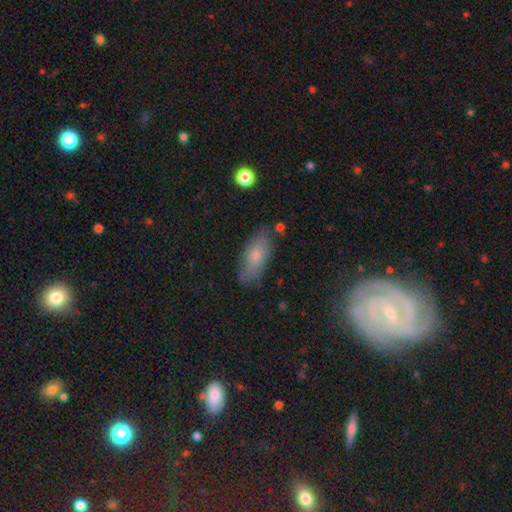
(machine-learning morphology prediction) A smooth galaxy with no disk features (74%) that is in between round and cigar-shaped (78%).

Vote fractions:
- Smooth or featured? smooth: 74% / featured or disk: 19% / star or artifact: 8%
- How rounded? in between: 78% / cigar-shaped: 19% / round: 3%
- Merging? none: 75% / minor disturbance: 18% / major disturbance: 4% / merger: 3%